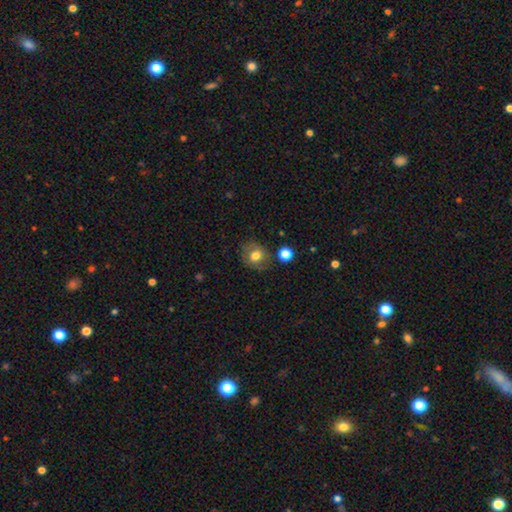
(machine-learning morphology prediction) smooth 72%, featured or disk 18%, star or artifact 10%. Down the decision tree: how rounded — round (70%); merging — none (74%).